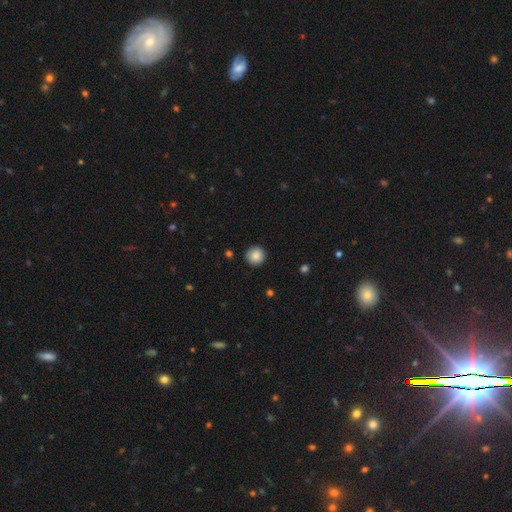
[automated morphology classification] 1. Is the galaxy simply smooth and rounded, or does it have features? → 87% smooth, 8% star or artifact, 4% featured or disk.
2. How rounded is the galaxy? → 95% round, 4% in between, 1% cigar-shaped.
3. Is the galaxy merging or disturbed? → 91% none, 6% minor disturbance, 2% major disturbance, 1% merger.